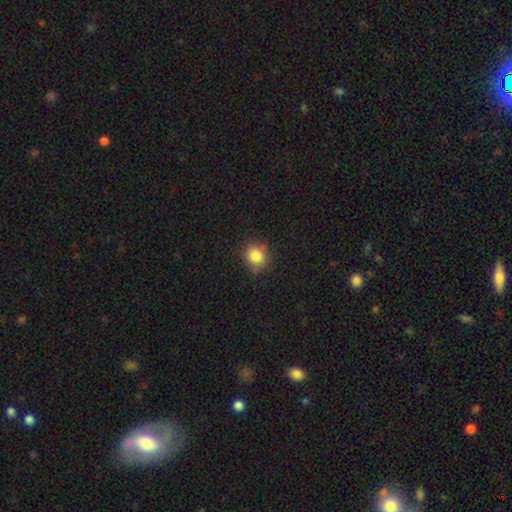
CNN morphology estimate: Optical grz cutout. It shows a smooth galaxy with no disk features (83%) that is round (82%). Merging: none (79%).